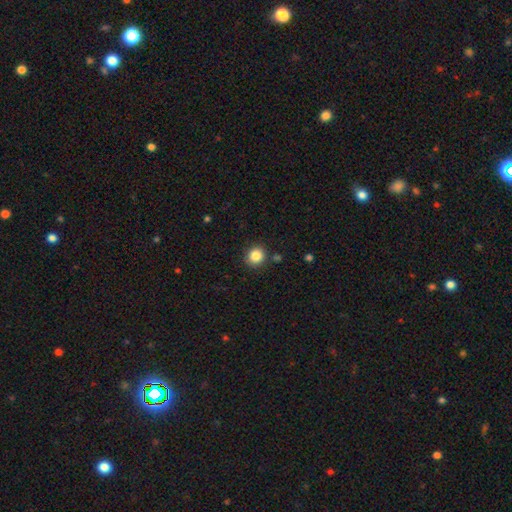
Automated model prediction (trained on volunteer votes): smooth-or-featured: smooth: 85% | star or artifact: 10% | featured or disk: 5%
  how-rounded: round: 88% | in between: 11% | cigar-shaped: 1%
  merging: none: 87% | minor disturbance: 8% | merger: 3% | major disturbance: 2%